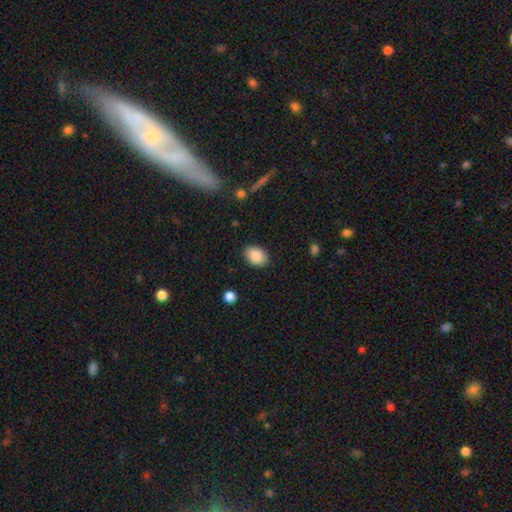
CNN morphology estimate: Smooth or featured? Predicted: smooth (p=0.87). How rounded? Predicted: in between (p=0.75). Merging? Predicted: none (p=0.87).